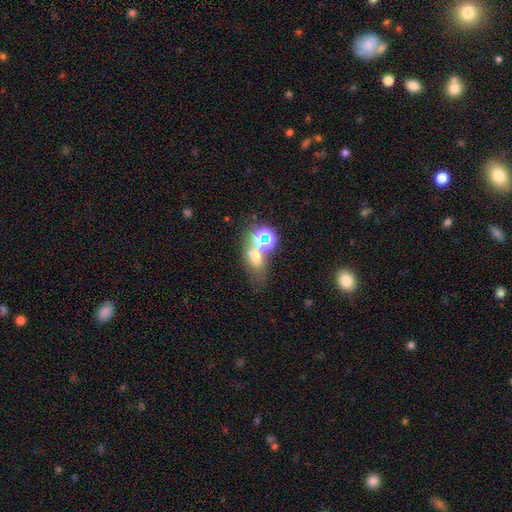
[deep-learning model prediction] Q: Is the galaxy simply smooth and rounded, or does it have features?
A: smooth — 52%.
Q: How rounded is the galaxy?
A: in between — 56%.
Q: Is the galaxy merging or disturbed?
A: none — 39%.